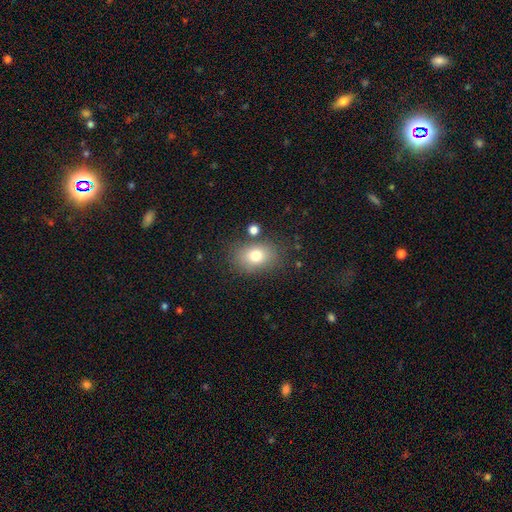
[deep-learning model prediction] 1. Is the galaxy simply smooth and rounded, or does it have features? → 77% smooth, 12% featured or disk, 11% star or artifact.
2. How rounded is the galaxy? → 73% in between, 26% round, 1% cigar-shaped.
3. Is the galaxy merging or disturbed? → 77% none, 13% minor disturbance, 5% merger, 4% major disturbance.